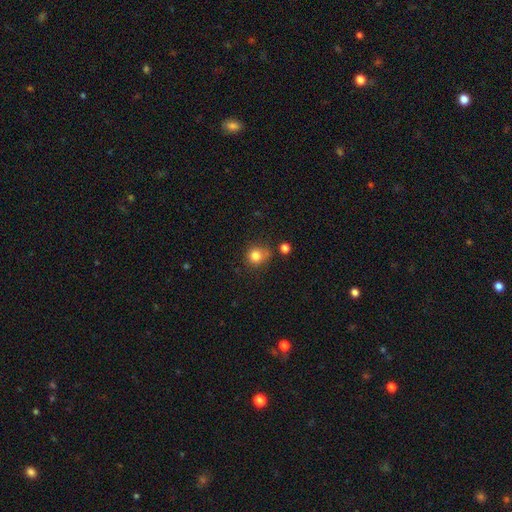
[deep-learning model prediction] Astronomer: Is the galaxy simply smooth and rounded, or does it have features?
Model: smooth — 81%.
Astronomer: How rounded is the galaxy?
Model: round — 85%.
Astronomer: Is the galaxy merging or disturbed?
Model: none — 69%.